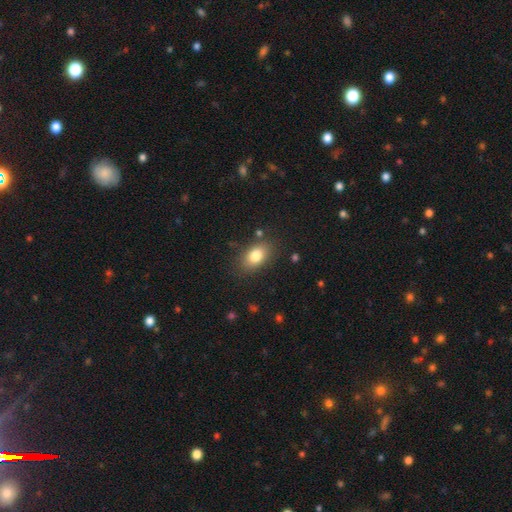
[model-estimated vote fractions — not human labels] A smooth galaxy with no disk features (81%) that is in between round and cigar-shaped (83%). Merging: none (81%).